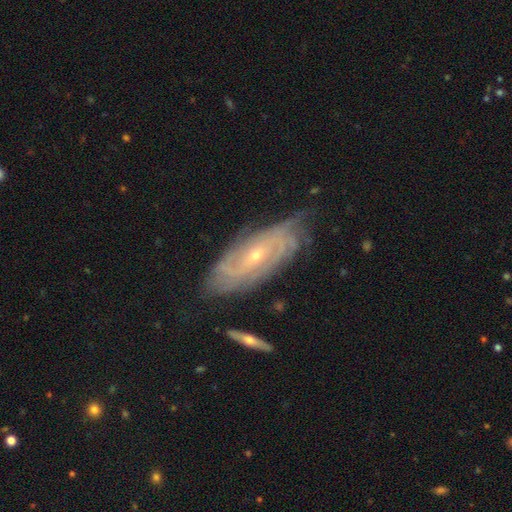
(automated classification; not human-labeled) Overall: featured or disk (86%). Edge-on disk: no (90%). Bar: no (50%; weak 37%). Spiral arms: yes (95%). Spiral arm count: can't tell (38%; 2 17%). Spiral winding: tight (68%). Bulge size: small (71%). Merging: none (72%).